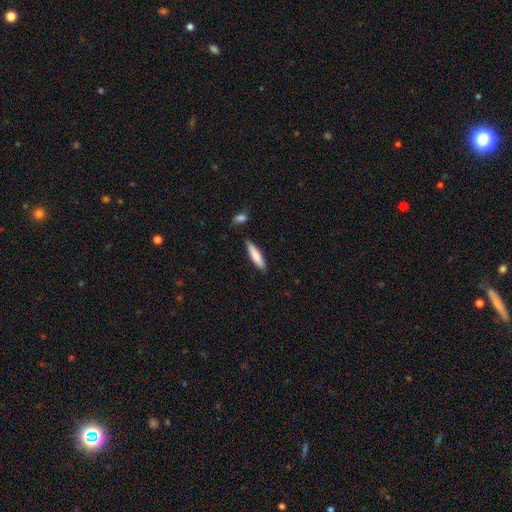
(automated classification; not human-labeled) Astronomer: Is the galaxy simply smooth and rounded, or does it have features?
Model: smooth — 80%.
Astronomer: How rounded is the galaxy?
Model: cigar-shaped — 78%.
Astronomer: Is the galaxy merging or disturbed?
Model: none — 83%.